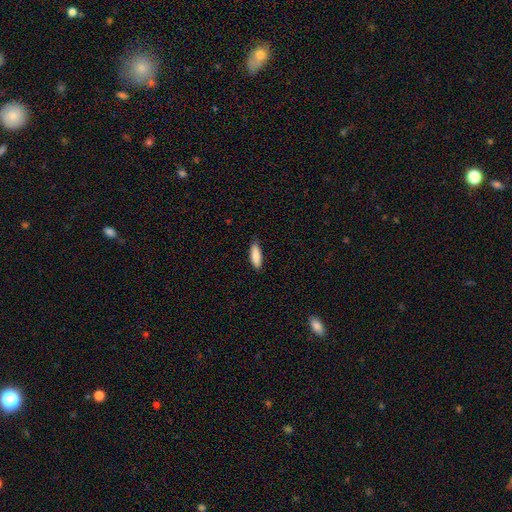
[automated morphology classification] This is clearly a smooth galaxy (86%). How rounded: possibly in between (53%). Merging: clearly none (84%).